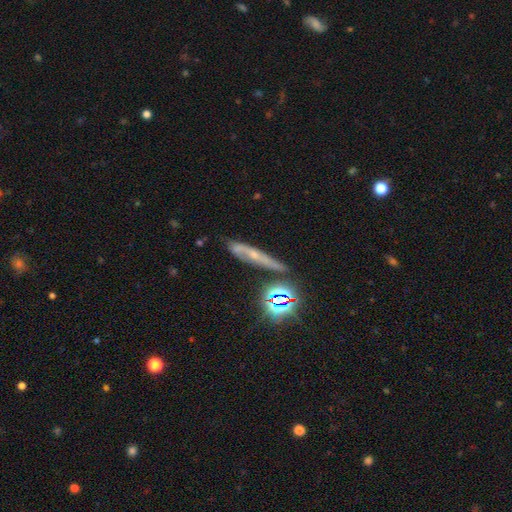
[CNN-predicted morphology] Smooth or featured? featured or disk (43%)
Merging? none (62%)